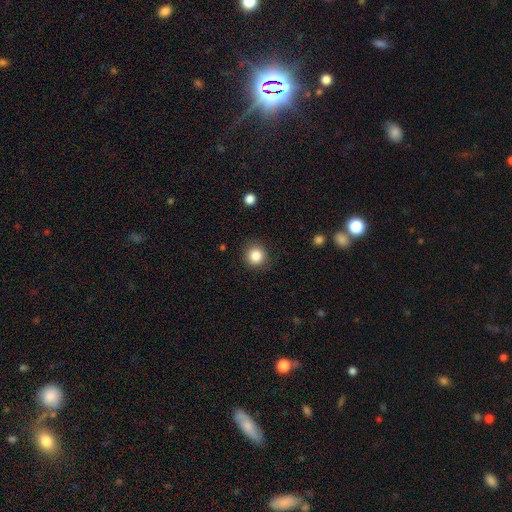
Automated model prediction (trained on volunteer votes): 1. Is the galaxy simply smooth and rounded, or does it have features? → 85% smooth, 11% star or artifact, 5% featured or disk.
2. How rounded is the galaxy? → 91% round, 8% in between, 1% cigar-shaped.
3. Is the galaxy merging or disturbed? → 87% none, 9% minor disturbance, 3% major disturbance, 1% merger.